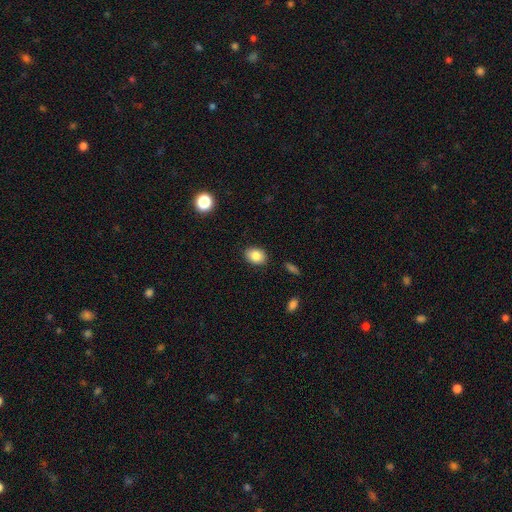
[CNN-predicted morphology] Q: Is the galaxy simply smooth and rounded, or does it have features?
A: smooth — 84%.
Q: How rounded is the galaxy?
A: in between — 70%.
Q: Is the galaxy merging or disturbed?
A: none — 87%.